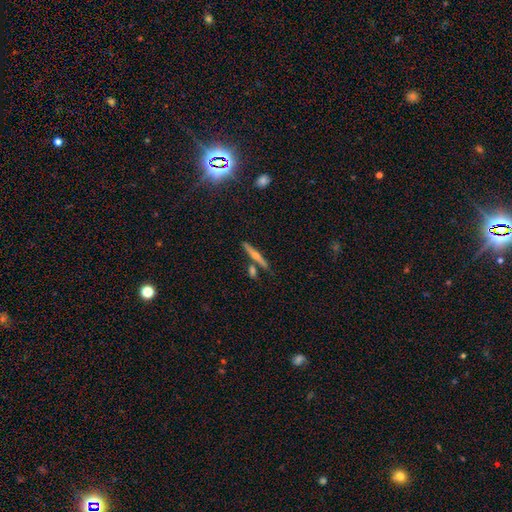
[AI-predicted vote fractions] Smooth or featured?
  - featured or disk: 54% *
  - smooth: 39%
  - star or artifact: 7%
Edge-on disk?
  - yes: 96% *
  - no: 4%
Edge-on bulge?
  - rounded: 80% *
  - none: 14%
  - boxy: 5%
Merging?
  - none: 77% *
  - merger: 12%
  - minor disturbance: 9%
  - major disturbance: 2%